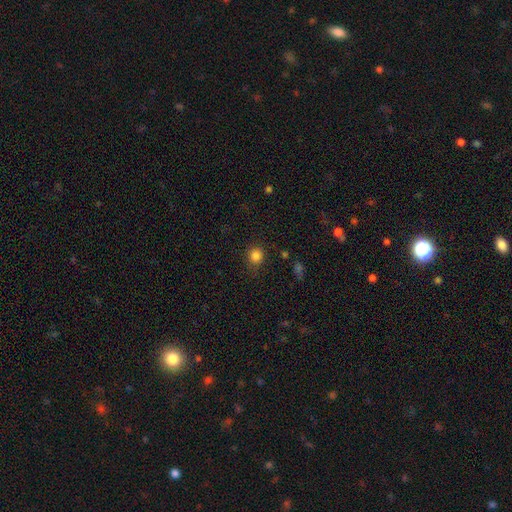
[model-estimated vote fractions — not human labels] Smooth or featured? Predicted: smooth (p=0.84). How rounded? Predicted: round (p=0.86). Merging? Predicted: none (p=0.85).